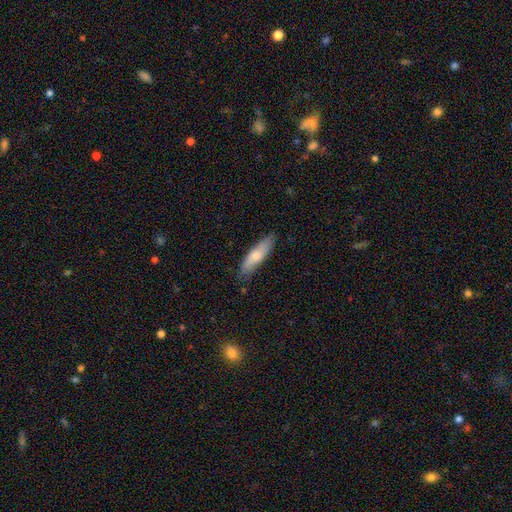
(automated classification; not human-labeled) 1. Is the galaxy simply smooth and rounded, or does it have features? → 72% smooth, 22% featured or disk, 5% star or artifact.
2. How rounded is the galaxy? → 67% cigar-shaped, 31% in between, 2% round.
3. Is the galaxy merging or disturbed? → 82% none, 15% minor disturbance, 2% major disturbance, 1% merger.